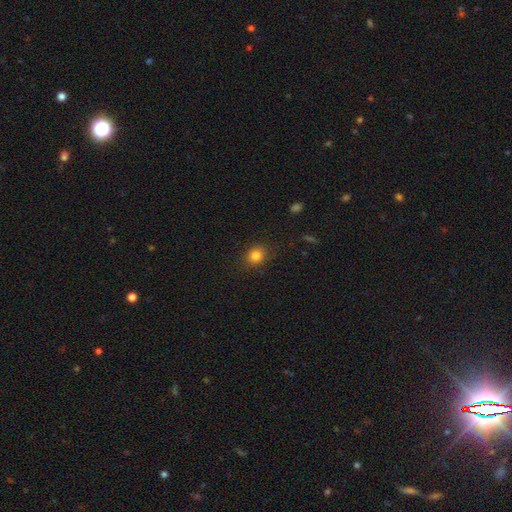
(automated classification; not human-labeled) Smooth or featured? smooth (82%)
How rounded? round (72%)
Merging? none (85%)